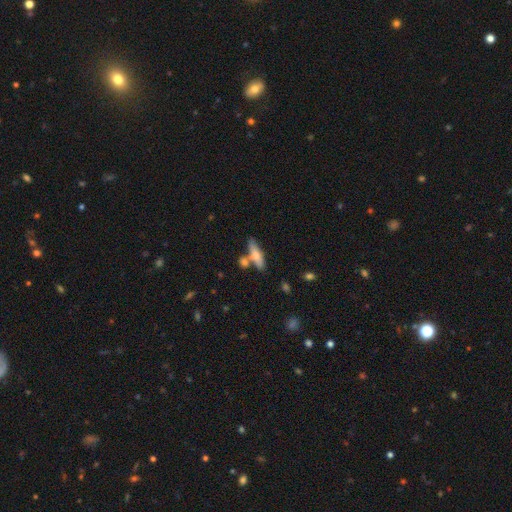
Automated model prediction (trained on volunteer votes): Q: Smooth or featured?
A: smooth (65%); runner-up: featured or disk (28%)
Q: How rounded?
A: cigar-shaped (60%); runner-up: in between (37%)
Q: Merging?
A: none (58%); runner-up: merger (24%)